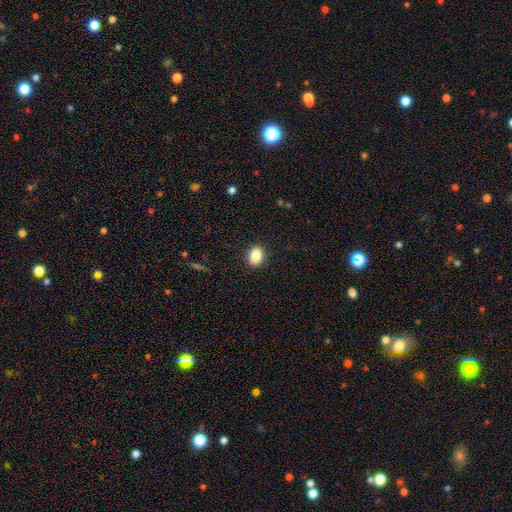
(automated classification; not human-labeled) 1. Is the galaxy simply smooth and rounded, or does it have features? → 86% smooth, 9% star or artifact, 5% featured or disk.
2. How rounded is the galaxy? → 73% in between, 26% round, 1% cigar-shaped.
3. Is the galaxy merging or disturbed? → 89% none, 8% minor disturbance, 2% major disturbance, 1% merger.